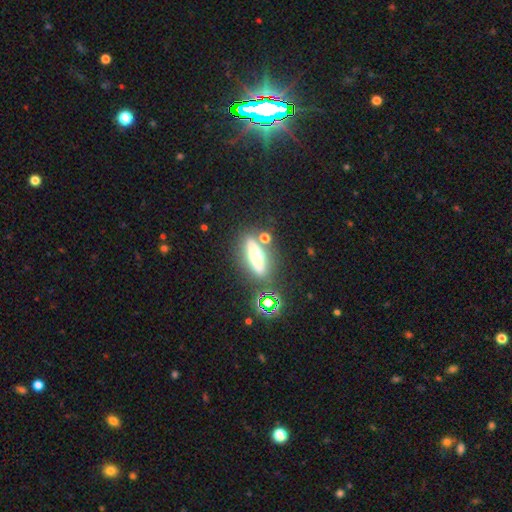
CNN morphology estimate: Smooth or featured: featured or disk — 49% (smooth — 35%)
Merging: none — 73% (minor disturbance — 12%)